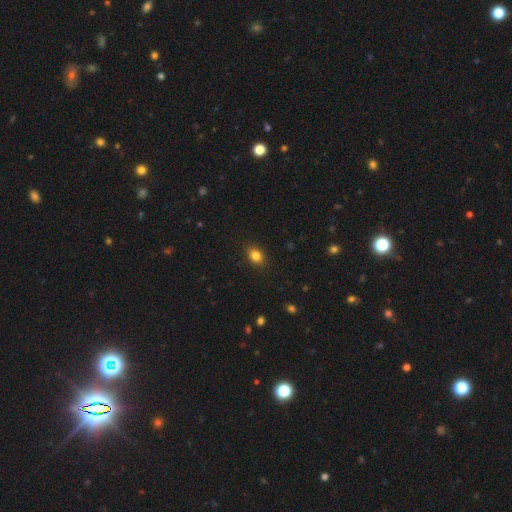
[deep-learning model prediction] Smooth or featured: smooth — 84% (star or artifact — 11%)
How rounded: in between — 56% (round — 43%)
Merging: none — 88% (minor disturbance — 9%)